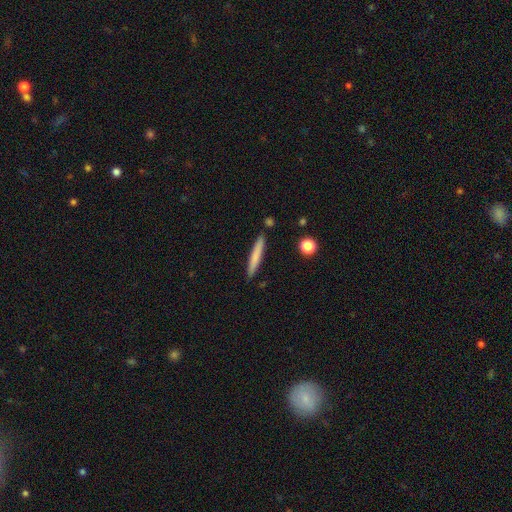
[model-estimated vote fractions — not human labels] smooth_or_featured: smooth (p=0.72) [alt: featured or disk p=0.23]
how_rounded: cigar-shaped (p=0.96) [alt: in between p=0.03]
merging: none (p=0.88) [alt: minor disturbance p=0.08]